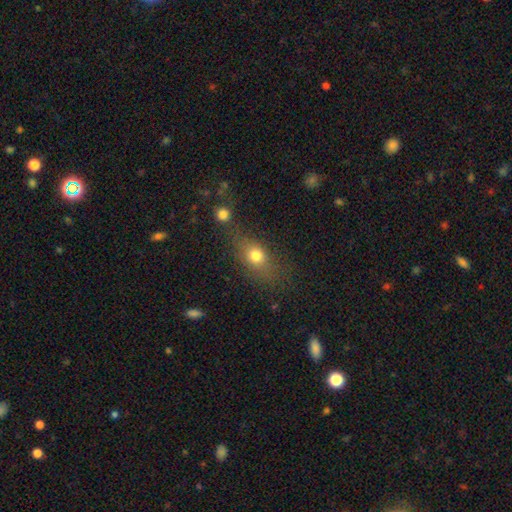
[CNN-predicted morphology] type=smooth (73%); roundness=in between (53%); merging=none (62%).